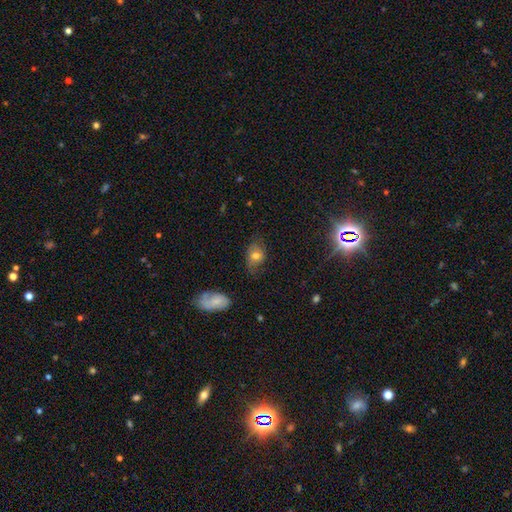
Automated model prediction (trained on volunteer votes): The model was most divided on "merging": none: 62%, minor disturbance: 26%, major disturbance: 10%, merger: 2%. More confident: how rounded — in between (73%); smooth or featured — smooth (64%).